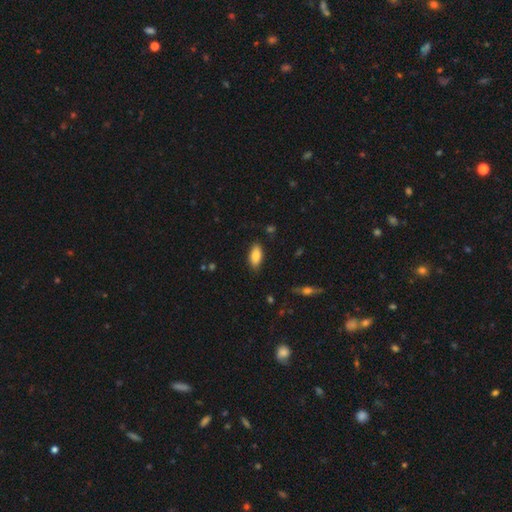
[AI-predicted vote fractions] Smooth or featured: smooth — 82% (featured or disk — 11%)
How rounded: in between — 87% (cigar-shaped — 11%)
Merging: none — 85% (minor disturbance — 11%)